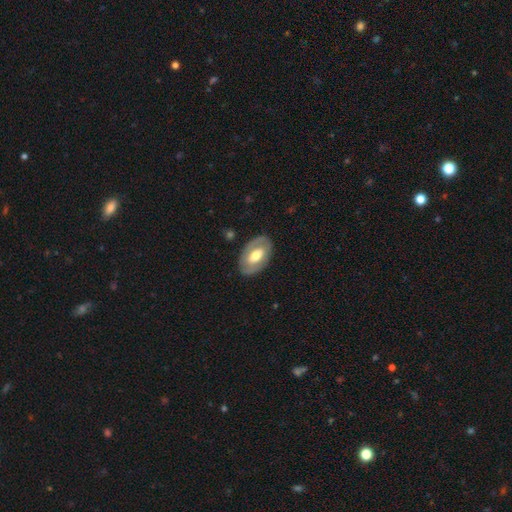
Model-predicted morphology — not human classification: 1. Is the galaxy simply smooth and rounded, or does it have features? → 55% featured or disk, 40% smooth, 5% star or artifact.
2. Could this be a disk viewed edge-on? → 91% no, 9% yes.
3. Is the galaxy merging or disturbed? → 83% none, 12% minor disturbance, 4% major disturbance, 1% merger.